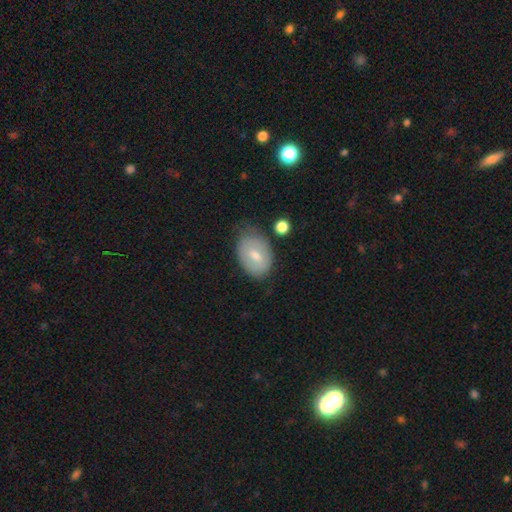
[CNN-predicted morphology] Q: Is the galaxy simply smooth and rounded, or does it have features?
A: smooth — 59%.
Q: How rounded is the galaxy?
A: in between — 83%.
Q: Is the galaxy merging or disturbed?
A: none — 65%.